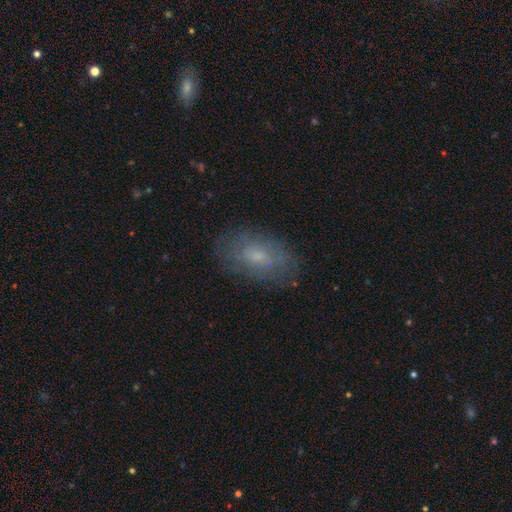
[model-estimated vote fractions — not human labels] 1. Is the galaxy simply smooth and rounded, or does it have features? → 55% smooth, 33% featured or disk, 11% star or artifact.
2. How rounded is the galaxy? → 89% in between, 7% round, 4% cigar-shaped.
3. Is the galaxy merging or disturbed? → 78% none, 16% minor disturbance, 5% major disturbance, 1% merger.